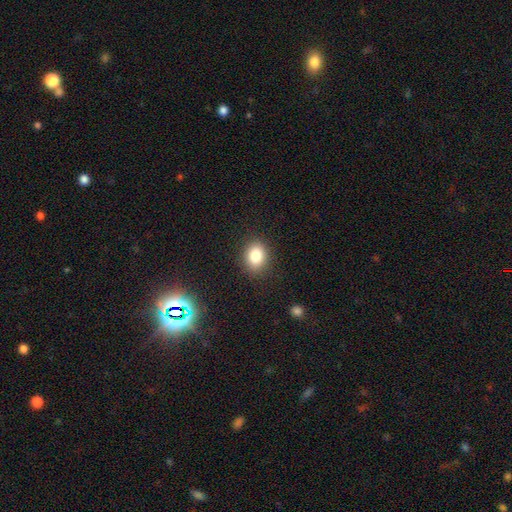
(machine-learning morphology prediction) Q: Smooth or featured?
A: smooth (83%); runner-up: star or artifact (10%)
Q: How rounded?
A: in between (56%); runner-up: round (43%)
Q: Merging?
A: none (88%); runner-up: minor disturbance (9%)